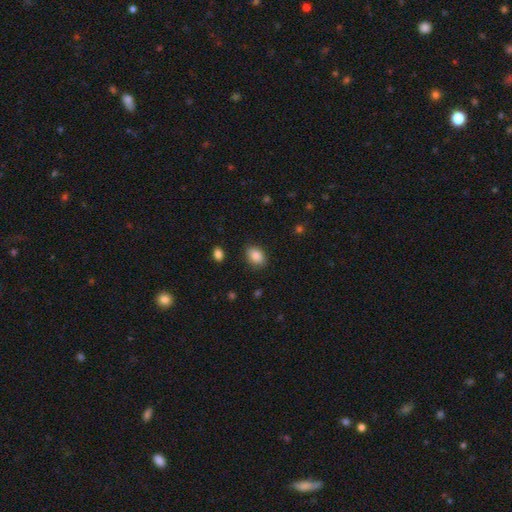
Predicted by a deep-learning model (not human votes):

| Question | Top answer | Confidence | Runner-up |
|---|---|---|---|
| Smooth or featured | smooth | 87% | star or artifact (8%) |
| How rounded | in between | 78% | round (21%) |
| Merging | none | 85% | minor disturbance (11%) |